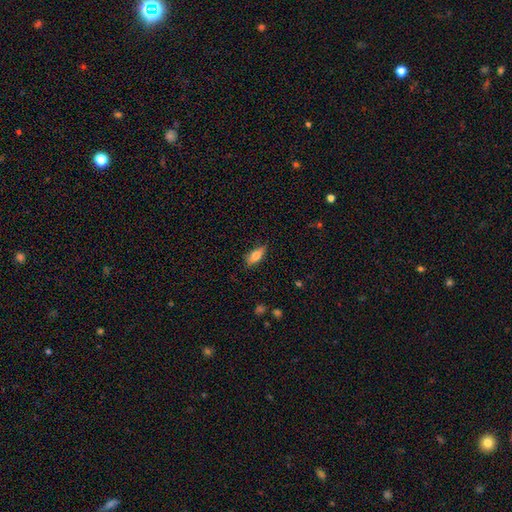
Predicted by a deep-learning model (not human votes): smooth-or-featured: smooth: 72% | featured or disk: 21% | star or artifact: 7%
  how-rounded: in between: 68% | cigar-shaped: 29% | round: 3%
  merging: none: 81% | minor disturbance: 15% | major disturbance: 3% | merger: 1%